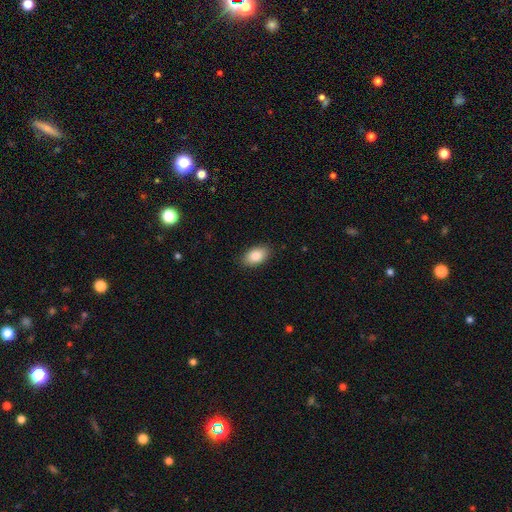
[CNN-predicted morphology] A smooth galaxy with no disk features (85%) that is in between round and cigar-shaped (92%). Merging: none (88%).